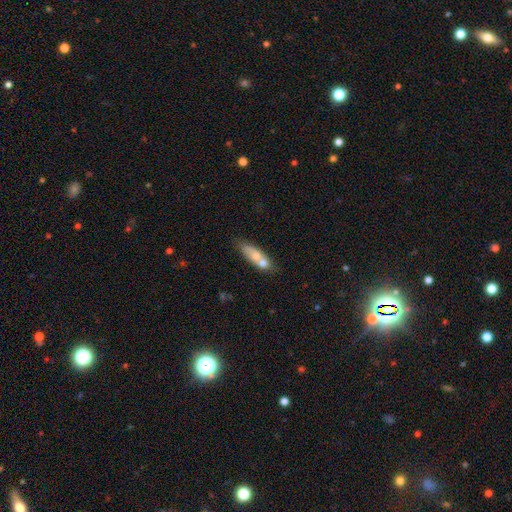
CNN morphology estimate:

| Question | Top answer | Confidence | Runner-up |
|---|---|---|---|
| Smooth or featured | smooth | 63% | featured or disk (29%) |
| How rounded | in between | 52% | cigar-shaped (43%) |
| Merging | none | 42% | merger (40%) |